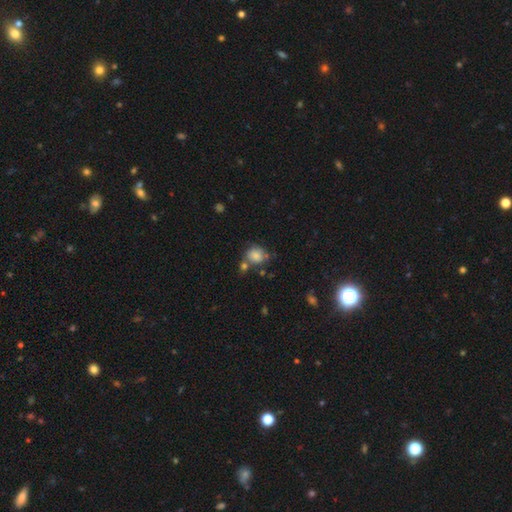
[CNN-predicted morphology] A smooth galaxy with no disk features (81%) that is round (67%).

Vote fractions:
- Smooth or featured? smooth: 81% / star or artifact: 10% / featured or disk: 9%
- How rounded? round: 67% / in between: 32% / cigar-shaped: 1%
- Merging? none: 51% / merger: 22% / minor disturbance: 19% / major disturbance: 8%